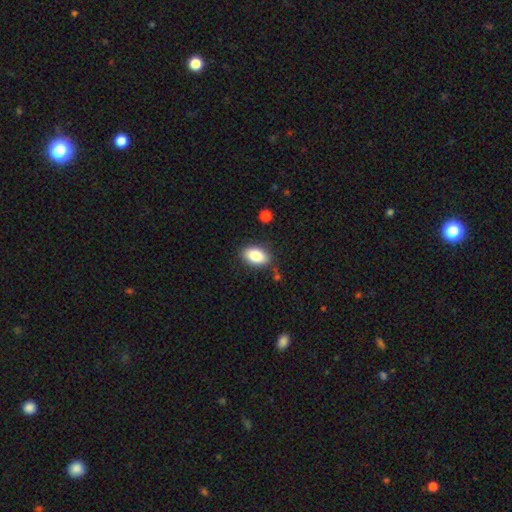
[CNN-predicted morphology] Smooth or featured: smooth — 86% (star or artifact — 7%)
How rounded: in between — 91% (round — 7%)
Merging: none — 83% (minor disturbance — 12%)